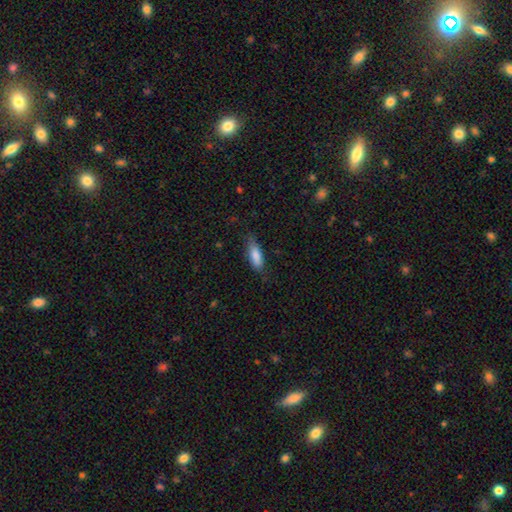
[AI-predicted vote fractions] Smooth or featured? smooth (84%)
How rounded? in between (66%)
Merging? none (72%)